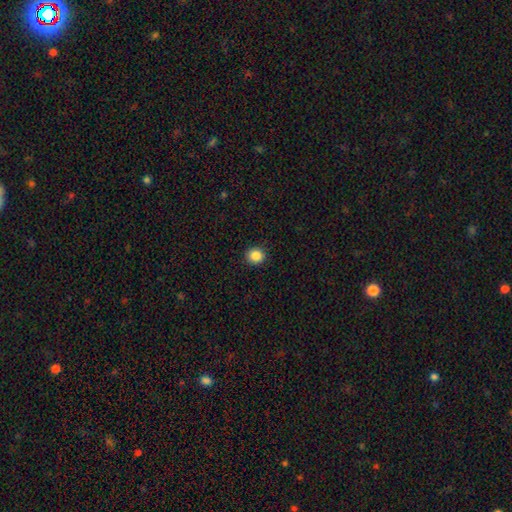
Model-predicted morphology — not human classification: Smooth or featured: smooth — 87% (star or artifact — 10%)
How rounded: round — 88% (in between — 11%)
Merging: none — 92% (minor disturbance — 5%)